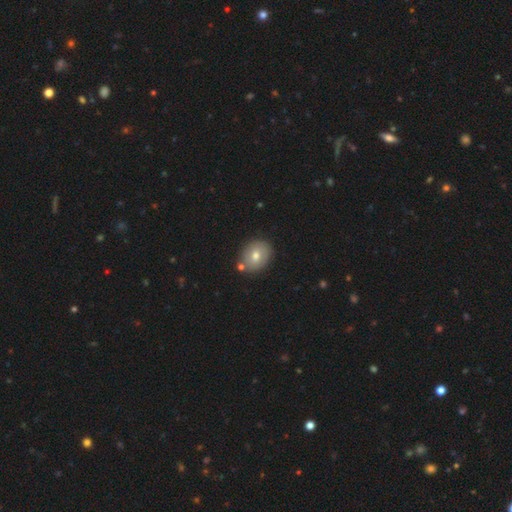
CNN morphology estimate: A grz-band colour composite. It shows a smooth galaxy with no disk features (70%) that is in between round and cigar-shaped (54%). Merging: none (78%).